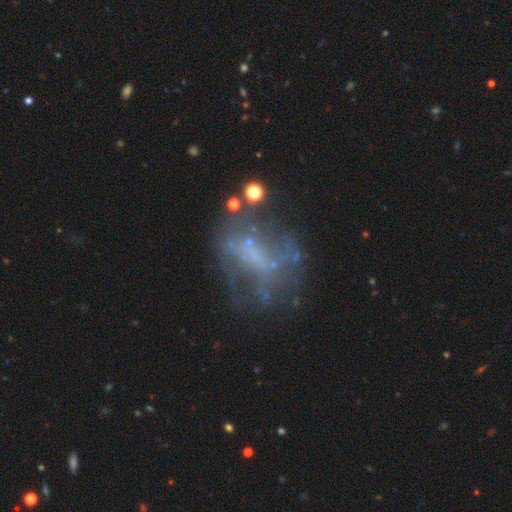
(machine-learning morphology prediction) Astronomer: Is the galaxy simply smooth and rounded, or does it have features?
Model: featured or disk — 59%.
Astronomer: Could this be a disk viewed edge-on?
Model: no — 96%.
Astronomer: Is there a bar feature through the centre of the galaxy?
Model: no — 68%.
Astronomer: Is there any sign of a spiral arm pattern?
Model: no — 71%.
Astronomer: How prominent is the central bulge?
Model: none — 64%.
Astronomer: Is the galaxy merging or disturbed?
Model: none — 45% (runner-up: major disturbance, 29%).